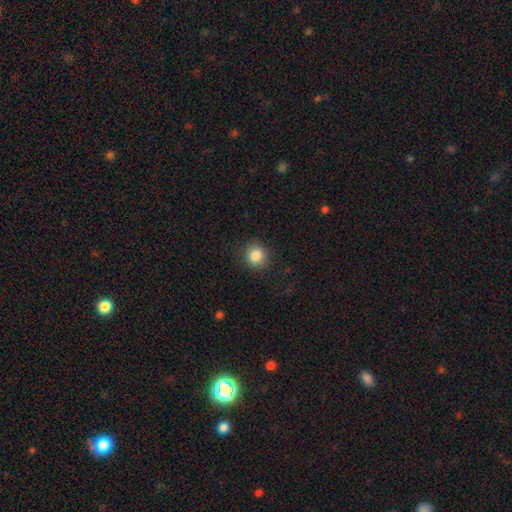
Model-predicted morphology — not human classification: smooth 85%, star or artifact 10%, featured or disk 5%. Down the decision tree: how rounded — round (91%); merging — none (89%).